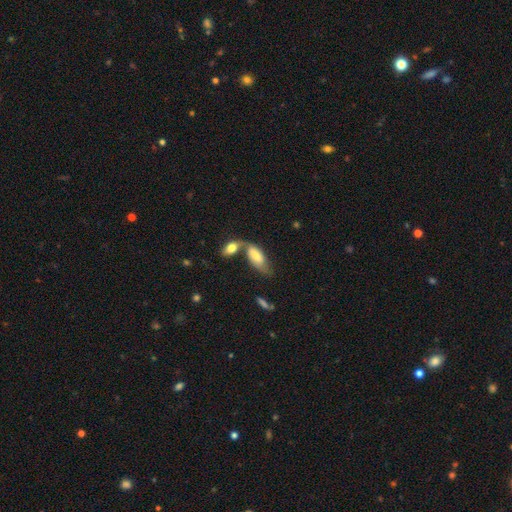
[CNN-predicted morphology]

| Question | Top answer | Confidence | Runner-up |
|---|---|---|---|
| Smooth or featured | smooth | 64% | featured or disk (29%) |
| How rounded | in between | 84% | cigar-shaped (14%) |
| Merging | merger | 52% | none (27%) |